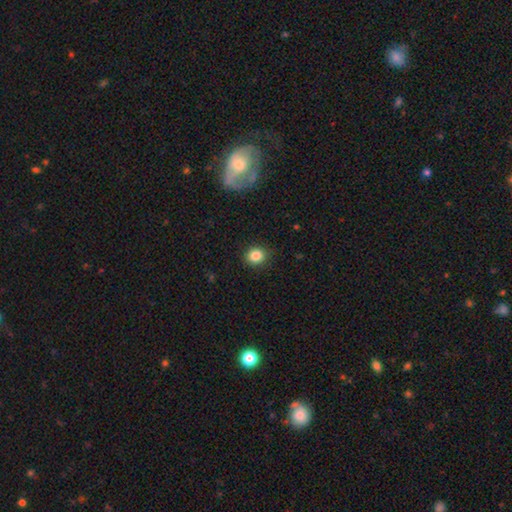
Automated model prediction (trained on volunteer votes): Smooth or featured? smooth (86%)
How rounded? round (77%)
Merging? none (89%)